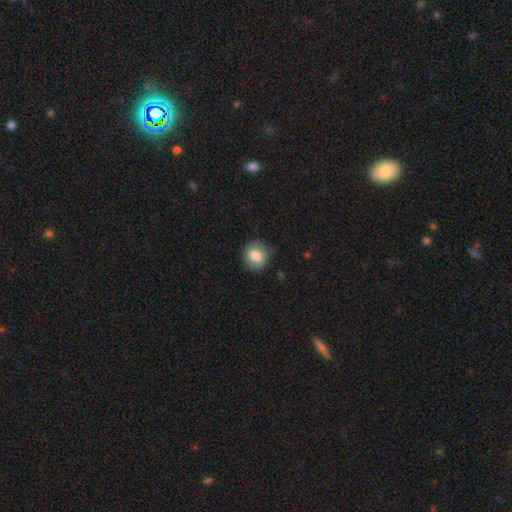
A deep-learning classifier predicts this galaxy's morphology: A smooth galaxy with no disk features (78%) that is round (83%).

Vote fractions:
- Smooth or featured? smooth: 78% / featured or disk: 14% / star or artifact: 8%
- How rounded? round: 83% / in between: 16% / cigar-shaped: 1%
- Merging? none: 81% / minor disturbance: 15% / major disturbance: 4% / merger: 1%